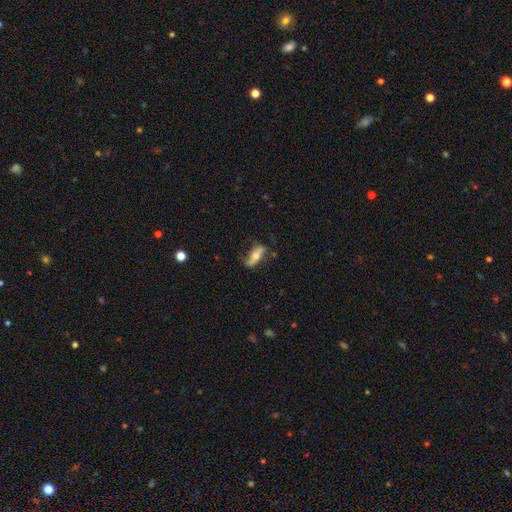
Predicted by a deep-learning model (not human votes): This appears to be a featured or disk galaxy (50%). Merging: none (68%).